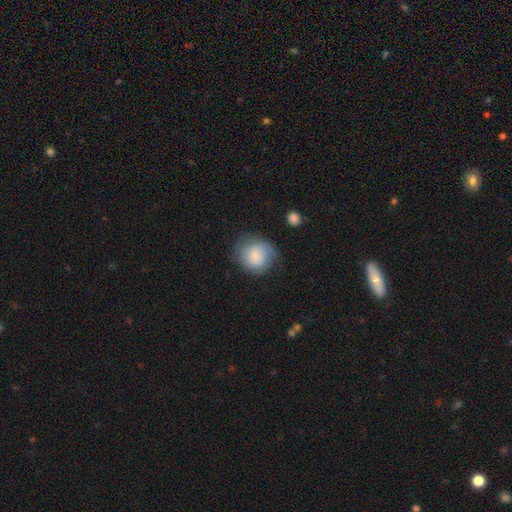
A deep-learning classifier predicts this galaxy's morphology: type=smooth (68%); roundness=round (78%); merging=none (62%).